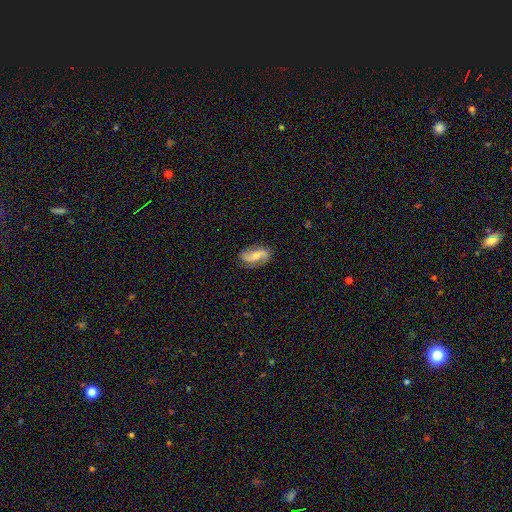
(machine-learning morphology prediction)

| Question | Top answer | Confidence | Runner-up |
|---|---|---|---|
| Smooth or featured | featured or disk | 74% | smooth (20%) |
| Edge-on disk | no | 95% | yes (5%) |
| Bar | no | 44% | weak (36%) |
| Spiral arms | yes | 95% | no (5%) |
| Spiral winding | loose | 54% | medium (33%) |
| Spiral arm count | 2 | 90% | can't tell (4%) |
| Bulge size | small | 45% | moderate (42%) |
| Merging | none | 80% | minor disturbance (14%) |